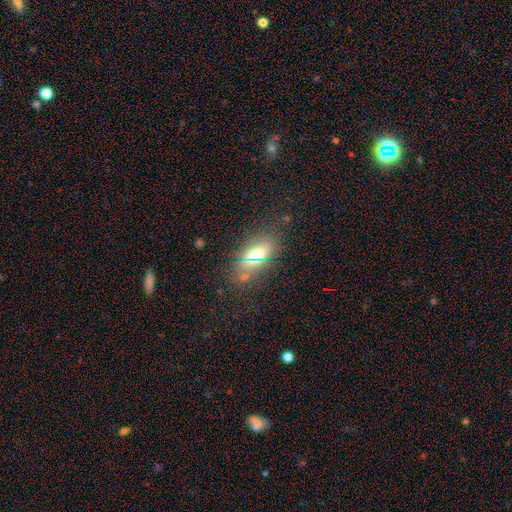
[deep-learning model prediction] Smooth or featured? smooth (59%)
How rounded? in between (78%)
Merging? none (79%)